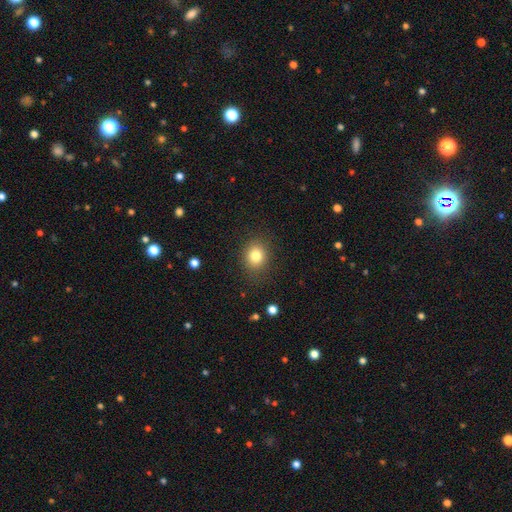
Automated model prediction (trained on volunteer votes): Overall: smooth (81%). How rounded: round (65%; in between 35%). Merging: none (85%).